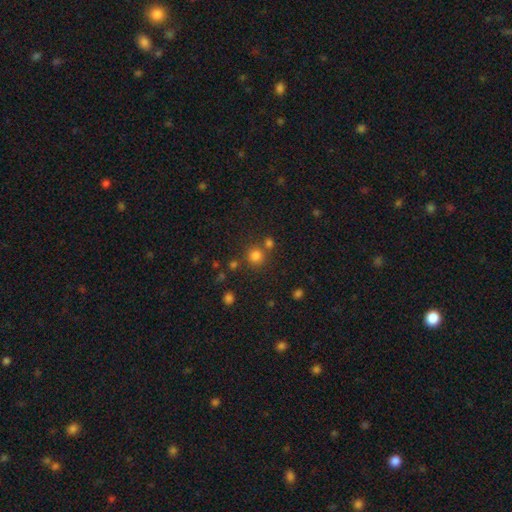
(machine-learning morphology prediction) Smooth or featured: smooth — 78% (star or artifact — 16%)
How rounded: round — 92% (in between — 7%)
Merging: none — 73% (merger — 17%)